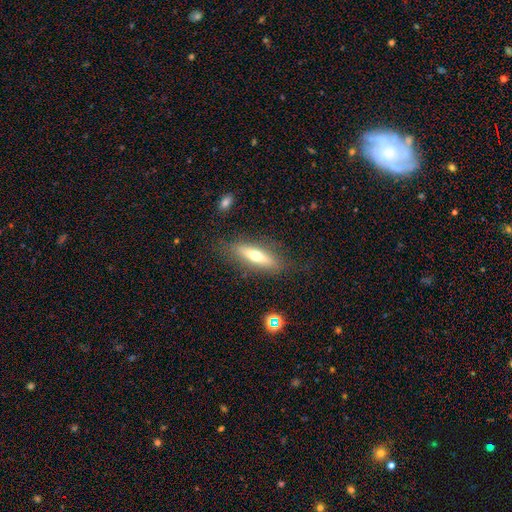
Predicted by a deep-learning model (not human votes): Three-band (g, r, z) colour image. It shows a smooth galaxy with no disk features (52%) that is cigar-shaped (63%). Merging: none (81%).